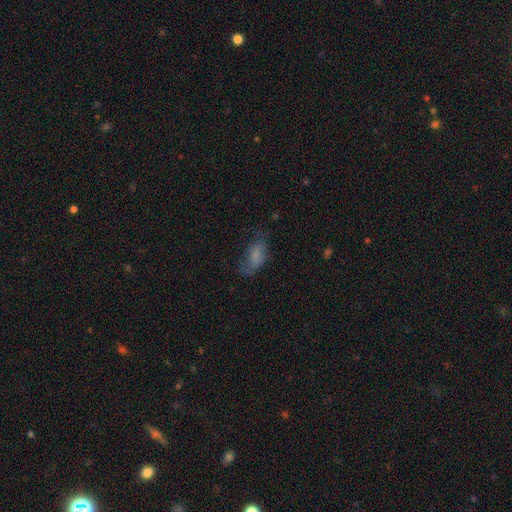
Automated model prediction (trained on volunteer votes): Morphology: type=smooth (67%); roundness=in between (84%); merging=none (46%).